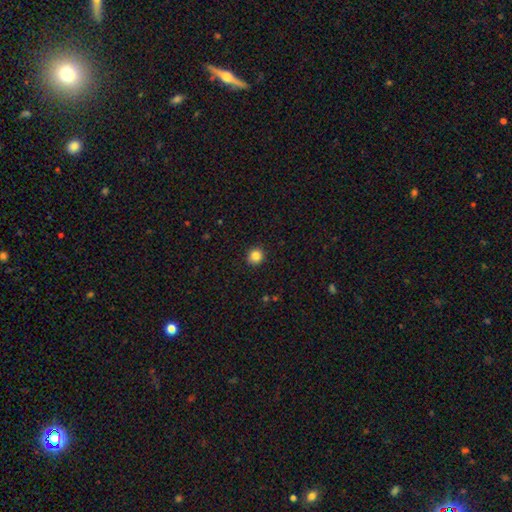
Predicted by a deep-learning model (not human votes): This is clearly a smooth galaxy (85%). How rounded: clearly round (92%). Merging: clearly none (92%).